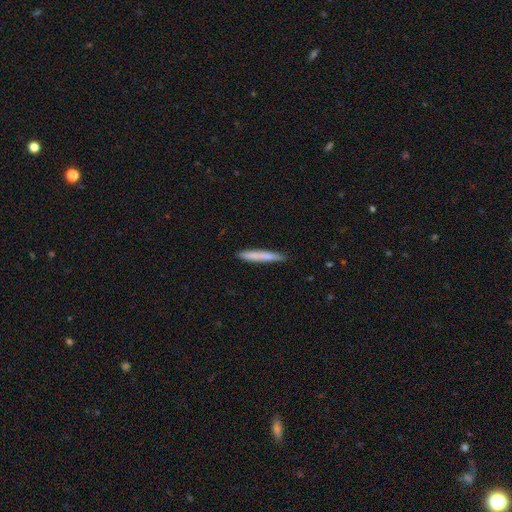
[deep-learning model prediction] This appears to be a smooth galaxy with no disk features (75%) that is cigar-shaped (95%). Merging: none (88%).